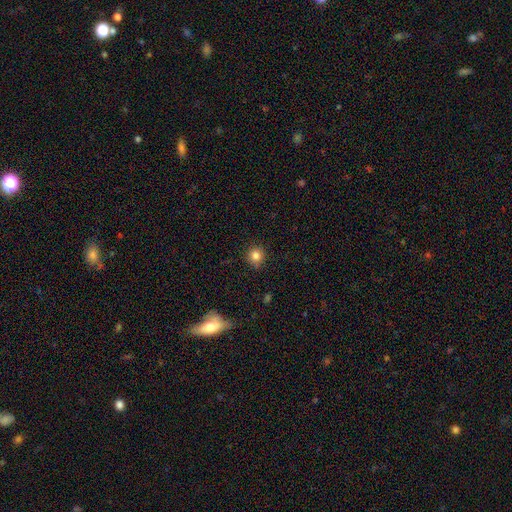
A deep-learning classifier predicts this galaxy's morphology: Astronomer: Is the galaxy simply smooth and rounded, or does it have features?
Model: smooth — 83%.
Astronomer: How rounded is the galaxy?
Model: round — 92%.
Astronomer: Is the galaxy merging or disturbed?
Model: none — 86%.